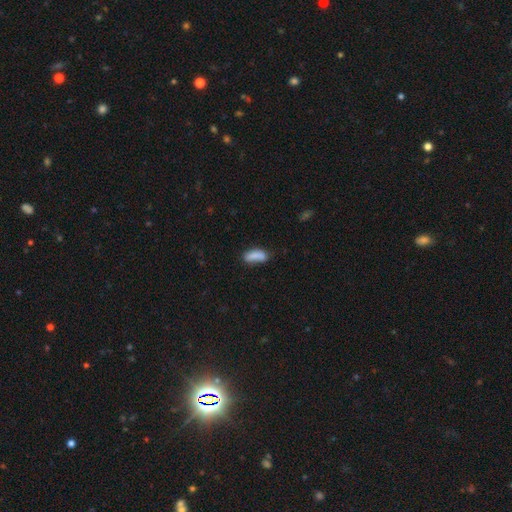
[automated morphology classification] Q: Smooth or featured?
A: smooth (84%); runner-up: featured or disk (8%)
Q: How rounded?
A: in between (70%); runner-up: cigar-shaped (27%)
Q: Merging?
A: none (66%); runner-up: minor disturbance (24%)